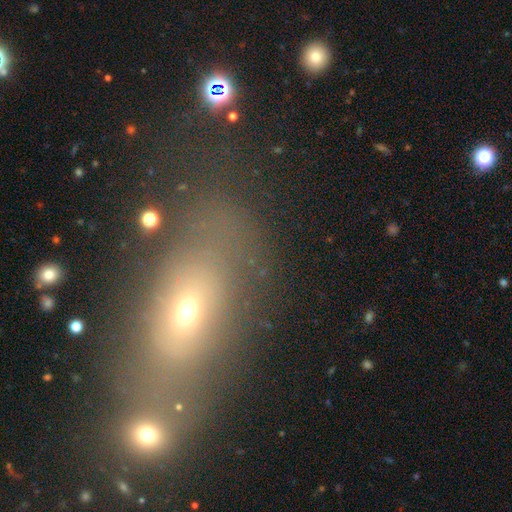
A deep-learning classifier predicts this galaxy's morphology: A smooth galaxy with no disk features (53%) that is in between round and cigar-shaped (72%). Merging: none (57%).